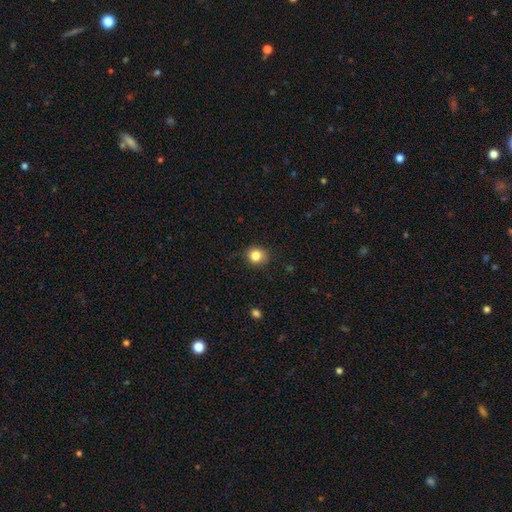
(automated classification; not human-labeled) smooth 83%, star or artifact 11%, featured or disk 6%. Down the decision tree: how rounded — round (81%); merging — none (81%).